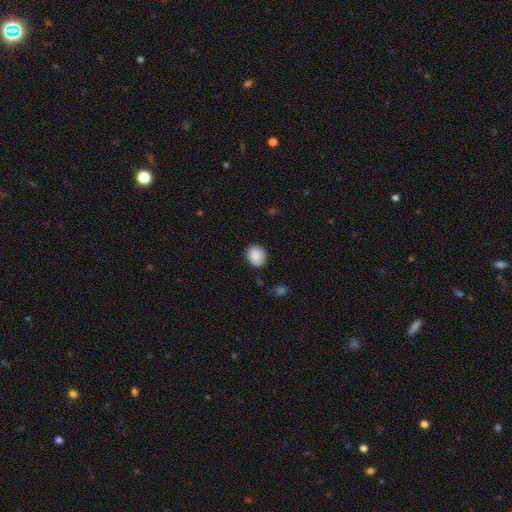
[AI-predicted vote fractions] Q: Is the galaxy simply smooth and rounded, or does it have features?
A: smooth — 88%.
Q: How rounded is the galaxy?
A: round — 61%.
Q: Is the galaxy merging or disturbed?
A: none — 84%.